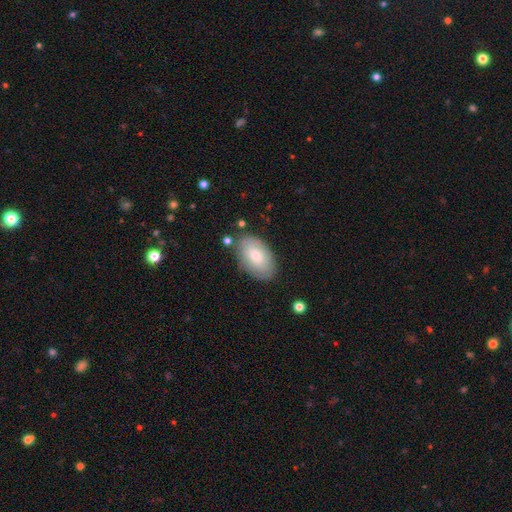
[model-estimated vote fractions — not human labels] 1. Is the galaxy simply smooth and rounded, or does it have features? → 72% smooth, 21% featured or disk, 6% star or artifact.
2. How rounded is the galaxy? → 94% in between, 5% round, 1% cigar-shaped.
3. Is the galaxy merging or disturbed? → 79% none, 15% minor disturbance, 3% major disturbance, 3% merger.